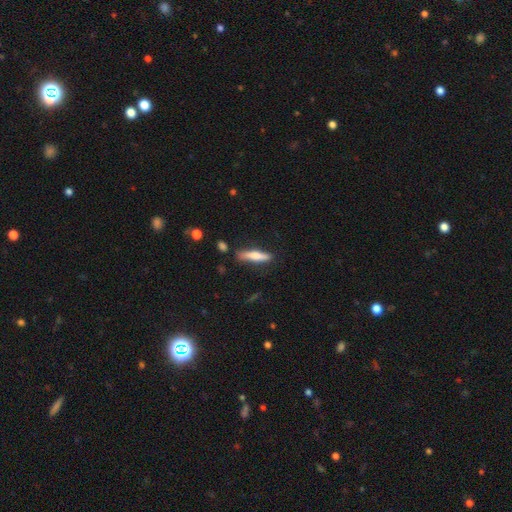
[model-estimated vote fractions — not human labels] Smooth or featured?
  - smooth: 62% *
  - featured or disk: 32%
  - star or artifact: 6%
How rounded?
  - cigar-shaped: 82% *
  - in between: 16%
  - round: 2%
Merging?
  - none: 80% *
  - minor disturbance: 14%
  - major disturbance: 3%
  - merger: 3%